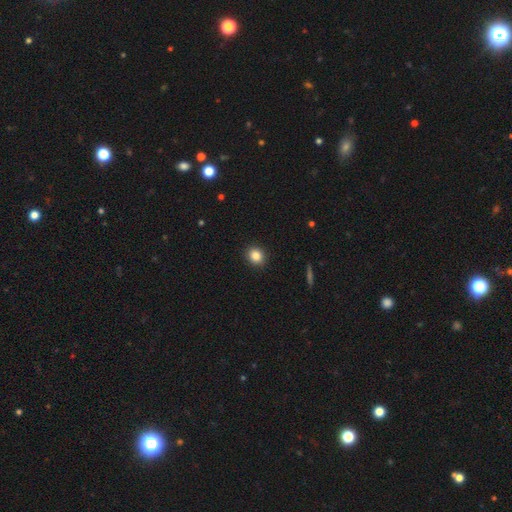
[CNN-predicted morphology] This is clearly a smooth galaxy (85%). How rounded: likely round (74%). Merging: clearly none (91%).